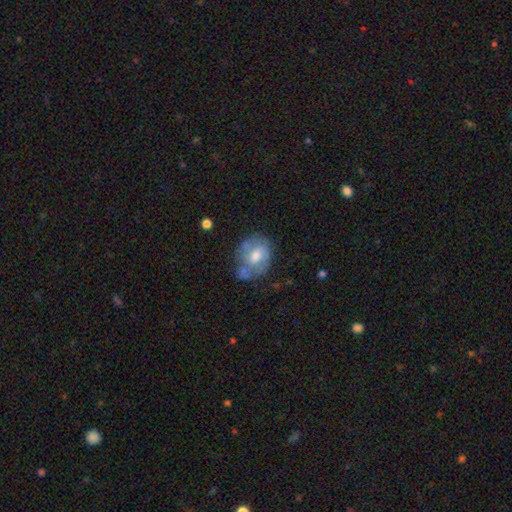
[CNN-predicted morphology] smooth-or-featured: featured or disk: 51% | smooth: 41% | star or artifact: 8%
  disk-edge-on: no: 96% | yes: 4%
  merging: none: 49% | minor disturbance: 27% | merger: 12% | major disturbance: 12%